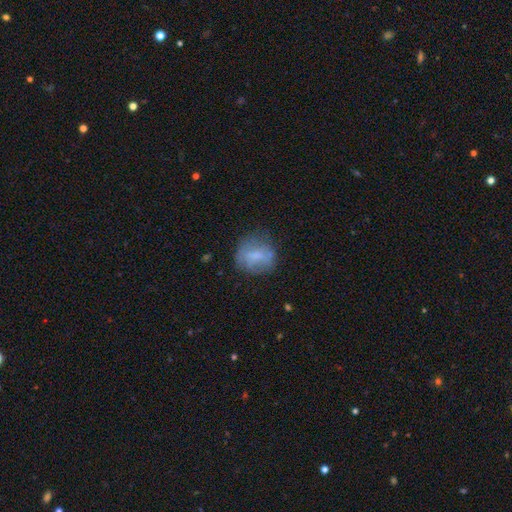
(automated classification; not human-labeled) Morphology: type=smooth (58%); roundness=round (74%); merging=none (63%).